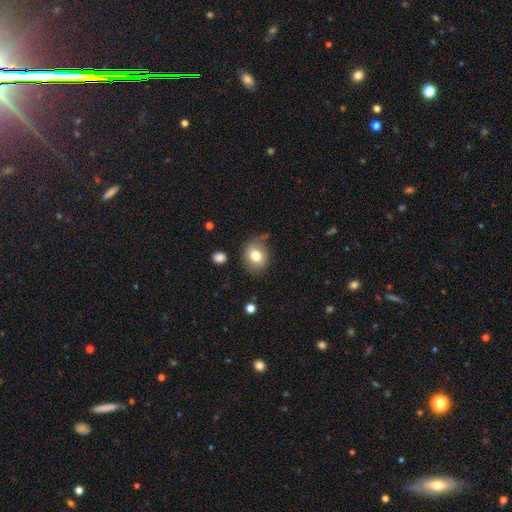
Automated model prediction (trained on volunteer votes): smooth 76%, featured or disk 15%, star or artifact 9%. Down the decision tree: how rounded — round (60%); merging — none (69%).